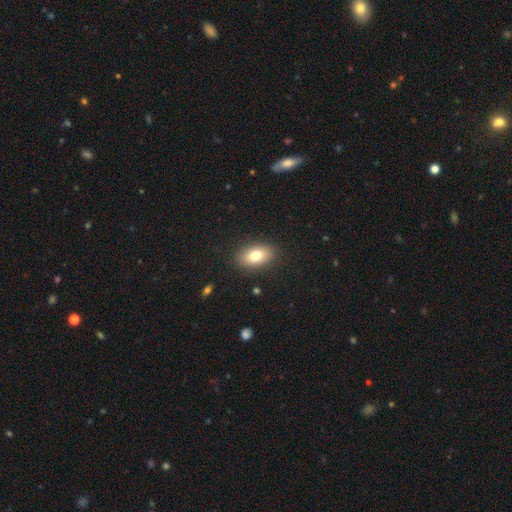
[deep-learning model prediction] Smooth or featured: smooth — 77% (featured or disk — 14%)
How rounded: in between — 88% (round — 9%)
Merging: none — 88% (minor disturbance — 8%)